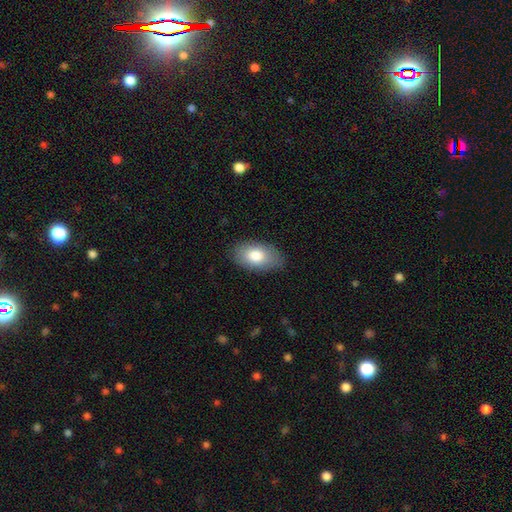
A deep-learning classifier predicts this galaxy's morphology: A smooth galaxy with no disk features (80%) that is in between round and cigar-shaped (94%).

Vote fractions:
- Smooth or featured? smooth: 80% / featured or disk: 13% / star or artifact: 7%
- How rounded? in between: 94% / round: 5% / cigar-shaped: 2%
- Merging? none: 84% / minor disturbance: 12% / major disturbance: 3% / merger: 1%